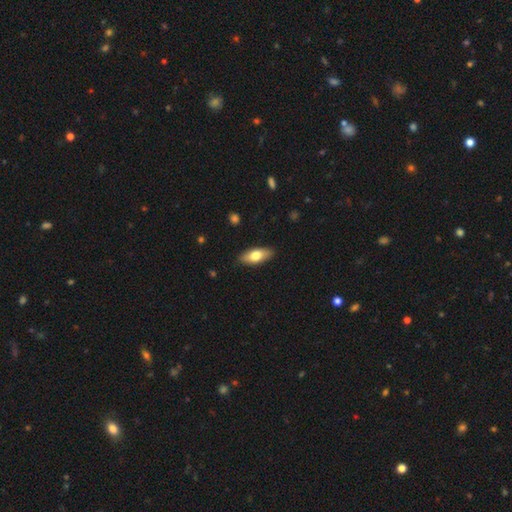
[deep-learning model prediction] Overall: smooth (72%). How rounded: in between (78%). Merging: none (88%).